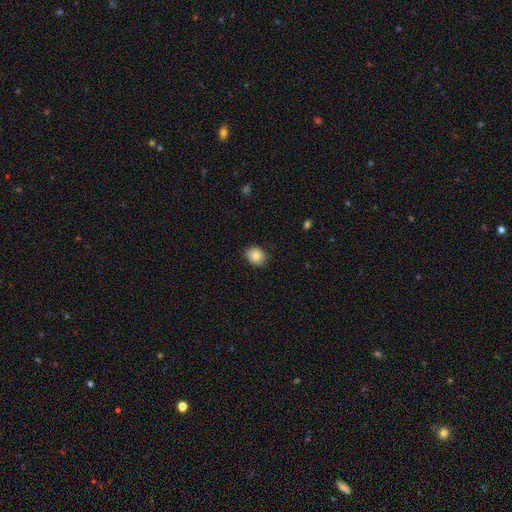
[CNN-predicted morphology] A smooth galaxy with no disk features (84%) that is round (67%).

Vote fractions:
- Smooth or featured? smooth: 84% / star or artifact: 9% / featured or disk: 7%
- How rounded? round: 67% / in between: 32% / cigar-shaped: 1%
- Merging? none: 87% / minor disturbance: 10% / major disturbance: 2% / merger: 1%